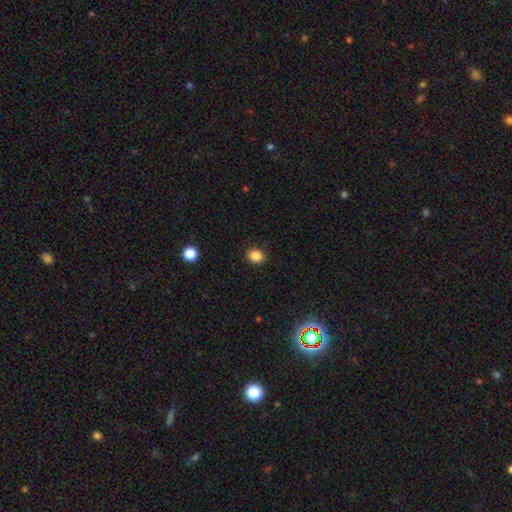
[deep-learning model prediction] A smooth galaxy with no disk features (86%) that is in between round and cigar-shaped (56%).

Vote fractions:
- Smooth or featured? smooth: 86% / star or artifact: 10% / featured or disk: 3%
- How rounded? in between: 56% / round: 43% / cigar-shaped: 1%
- Merging? none: 89% / minor disturbance: 8% / major disturbance: 2% / merger: 1%